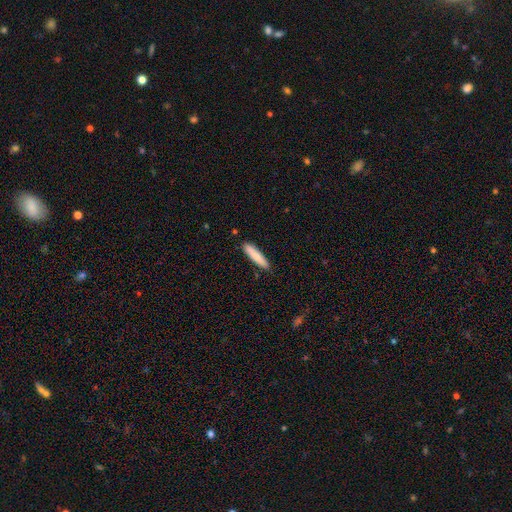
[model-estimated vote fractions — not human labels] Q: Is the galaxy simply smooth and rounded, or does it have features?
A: smooth — 83%.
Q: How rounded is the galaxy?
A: cigar-shaped — 83%.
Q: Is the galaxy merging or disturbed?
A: none — 88%.